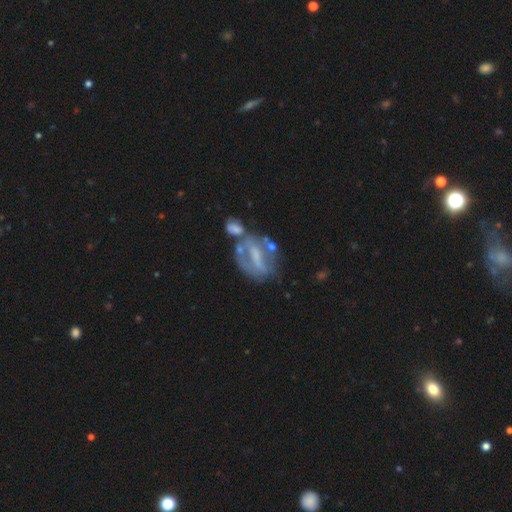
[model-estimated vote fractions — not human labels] featured or disk 67%, smooth 22%, star or artifact 11%. Down the decision tree: edge-on disk — no (92%); bar — strong (44%); spiral arms — no (61%); bulge size — none (41%); merging — merger (34%).